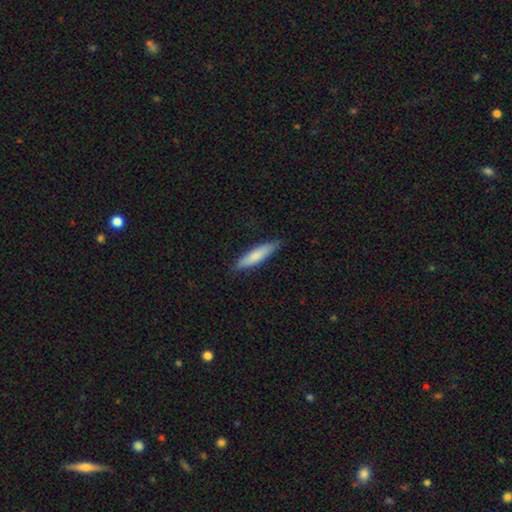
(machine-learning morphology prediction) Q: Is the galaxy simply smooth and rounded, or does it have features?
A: smooth — 79%.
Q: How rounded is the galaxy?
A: cigar-shaped — 79%.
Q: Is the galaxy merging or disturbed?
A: none — 84%.